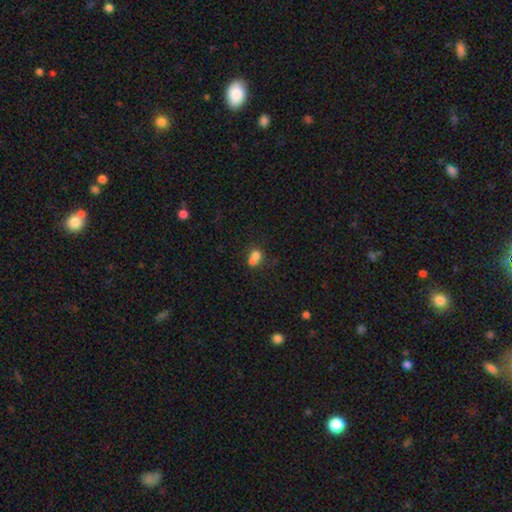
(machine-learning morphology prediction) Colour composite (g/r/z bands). It shows a smooth galaxy with no disk features (71%) that is round (69%). Merging: merger (64%).